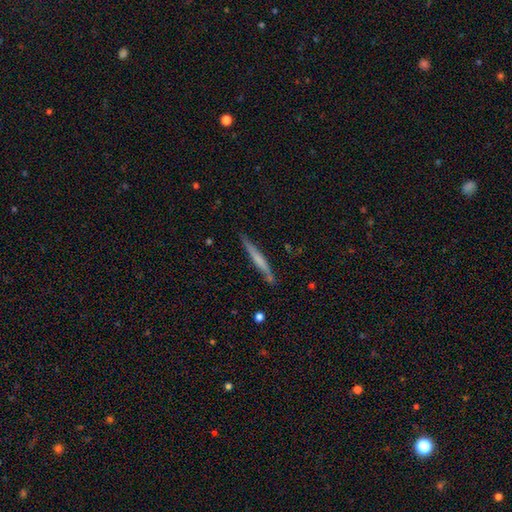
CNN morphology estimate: This is possibly a featured or disk galaxy (52%). It is clearly viewed edge-on (96%). Merging: clearly none (86%).